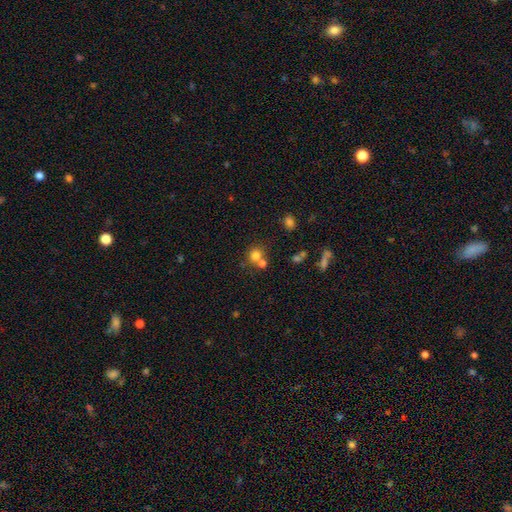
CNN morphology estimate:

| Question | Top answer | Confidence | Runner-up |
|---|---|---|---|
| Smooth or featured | smooth | 75% | star or artifact (15%) |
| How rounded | round | 85% | in between (14%) |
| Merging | none | 52% | merger (36%) |